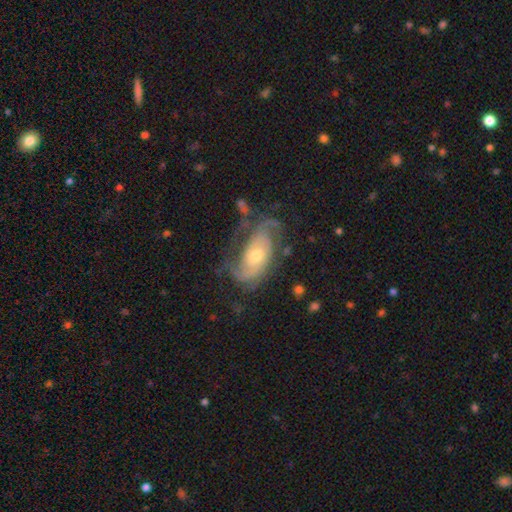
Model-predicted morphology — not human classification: Smooth or featured? featured or disk (82%)
Edge-on disk? no (95%)
Bar? no (70%)
Spiral arms? yes (93%)
Spiral winding? tight (46%)
Spiral arm count? 2 (47%)
Bulge size? moderate (52%)
Merging? none (57%)